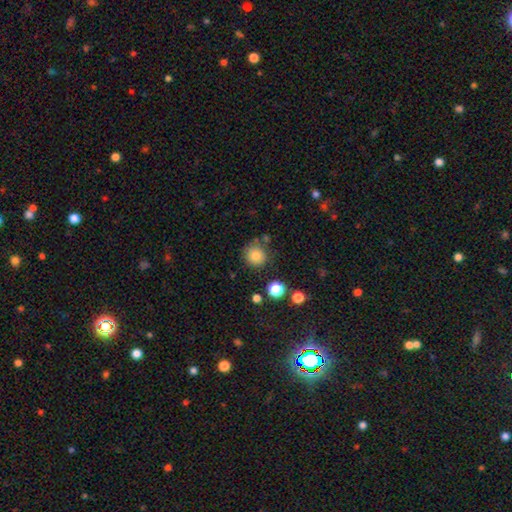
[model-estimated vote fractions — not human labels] Smooth or featured? smooth (82%)
How rounded? round (91%)
Merging? none (79%)